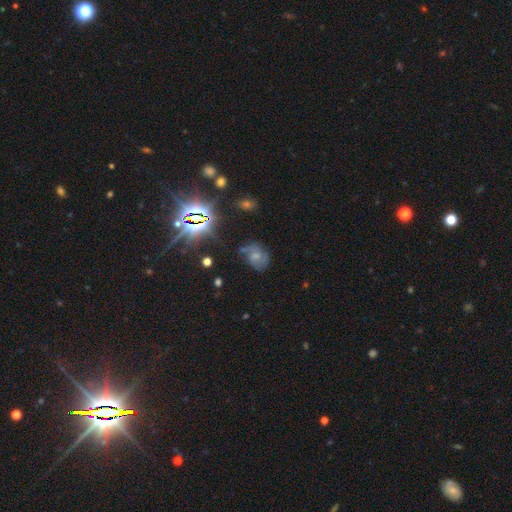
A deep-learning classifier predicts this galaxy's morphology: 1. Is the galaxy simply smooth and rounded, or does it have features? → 42% featured or disk, 34% smooth, 24% star or artifact.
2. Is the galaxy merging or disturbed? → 53% none, 26% minor disturbance, 15% major disturbance, 6% merger.